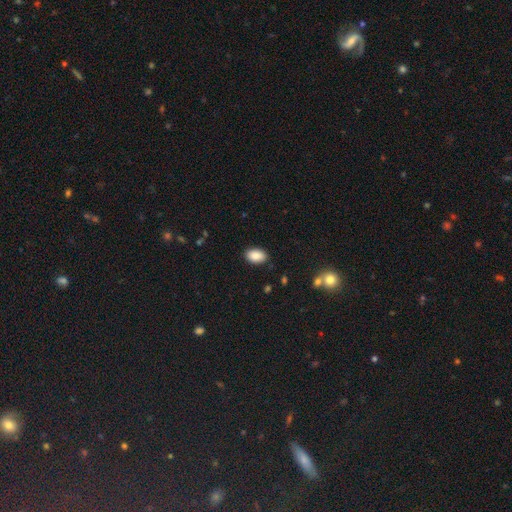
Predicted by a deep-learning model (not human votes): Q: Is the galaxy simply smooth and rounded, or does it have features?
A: smooth — 88%.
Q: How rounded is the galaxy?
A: in between — 92%.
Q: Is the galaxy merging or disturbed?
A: none — 88%.